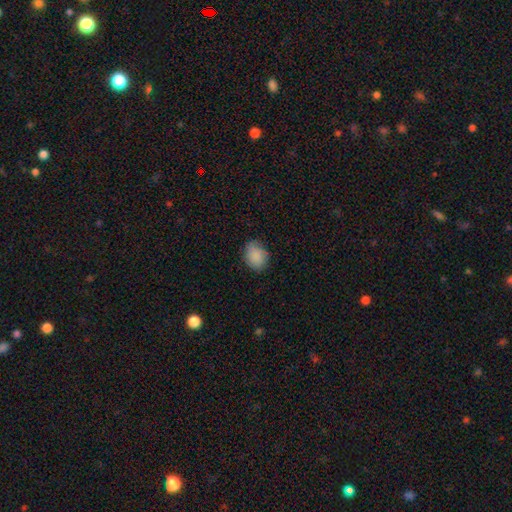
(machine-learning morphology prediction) This is clearly a smooth galaxy (88%). How rounded: possibly in between (52%). Merging: likely none (77%).